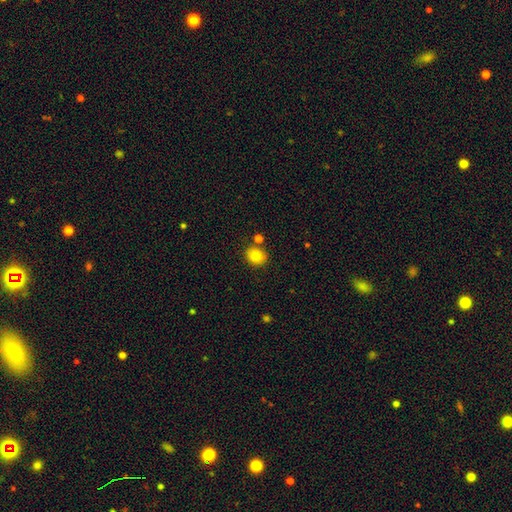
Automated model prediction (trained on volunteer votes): Q: Smooth or featured?
A: smooth (82%); runner-up: star or artifact (10%)
Q: How rounded?
A: round (77%); runner-up: in between (22%)
Q: Merging?
A: none (79%); runner-up: minor disturbance (10%)